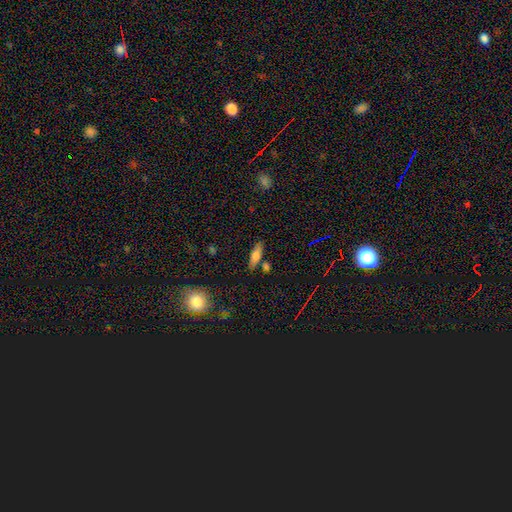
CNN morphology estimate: A smooth galaxy with no disk features (71%) that is in between round and cigar-shaped (53%). Merging: none (77%).